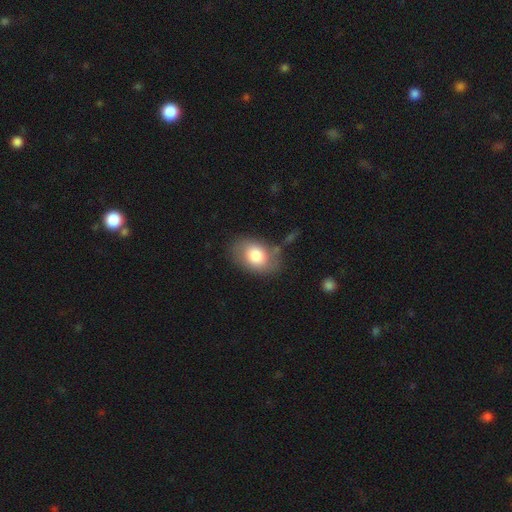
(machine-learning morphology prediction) Smooth or featured? Predicted: smooth (p=0.78). How rounded? Predicted: in between (p=0.80). Merging? Predicted: none (p=0.69).